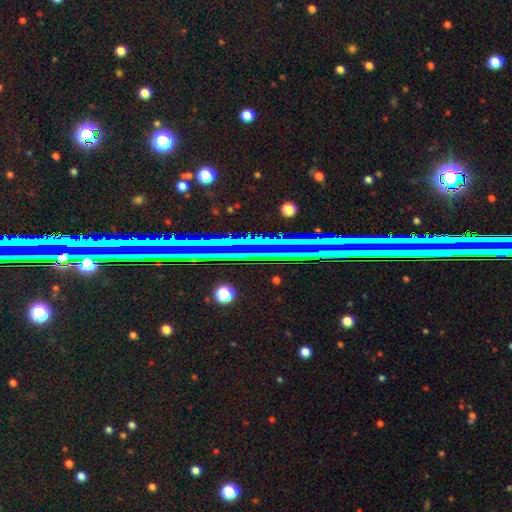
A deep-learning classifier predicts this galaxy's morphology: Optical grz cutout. It shows a star or artifact, not a galaxy (75%).